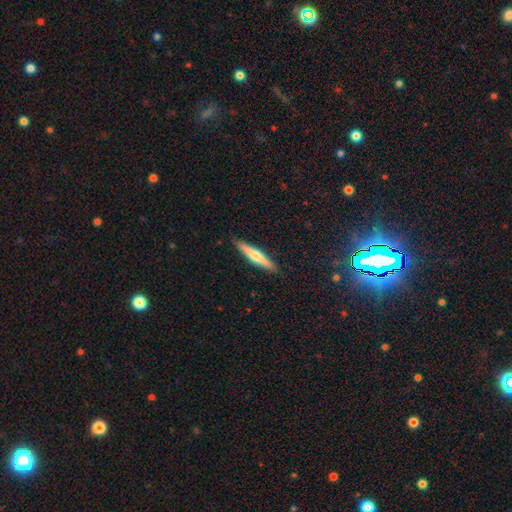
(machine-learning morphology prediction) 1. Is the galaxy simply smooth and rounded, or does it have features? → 50% smooth, 44% featured or disk, 6% star or artifact.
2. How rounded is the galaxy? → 90% cigar-shaped, 9% in between, 1% round.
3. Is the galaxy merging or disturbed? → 89% none, 8% minor disturbance, 2% major disturbance, 1% merger.